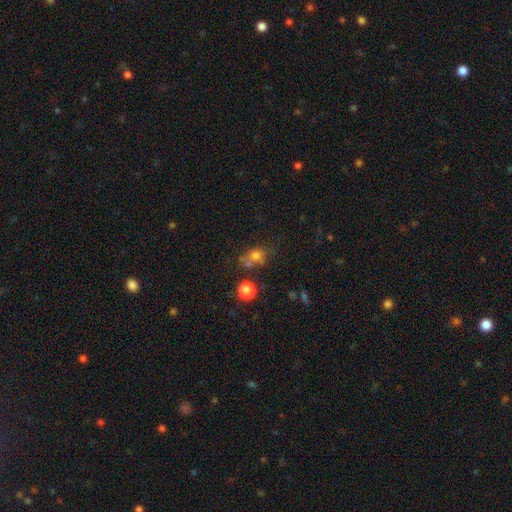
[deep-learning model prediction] A smooth galaxy with no disk features (71%) that is round (59%). Merging: none (47%).